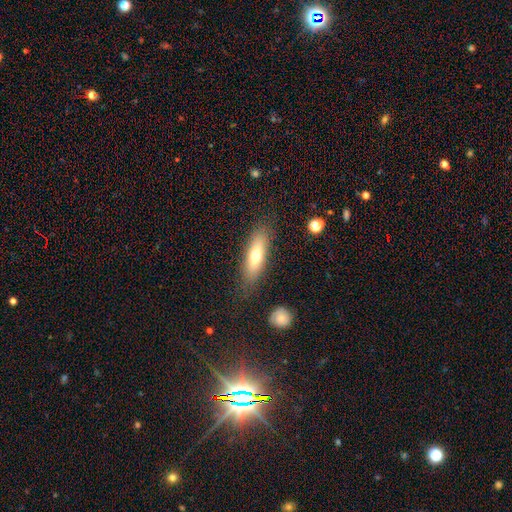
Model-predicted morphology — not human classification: type=smooth (68%); roundness=in between (53%); merging=none (81%).